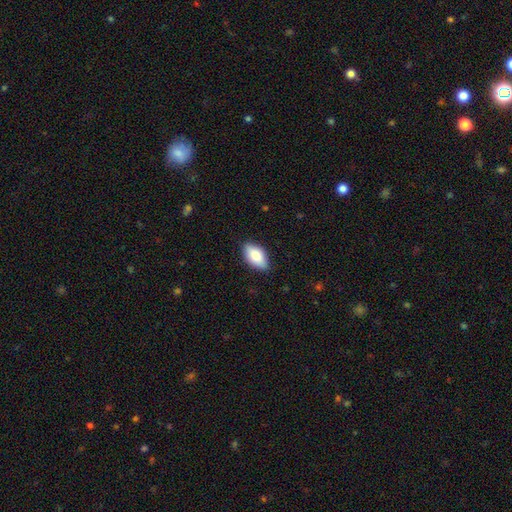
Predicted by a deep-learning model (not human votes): Smooth or featured? Predicted: smooth (p=0.81). How rounded? Predicted: in between (p=0.93). Merging? Predicted: none (p=0.84).